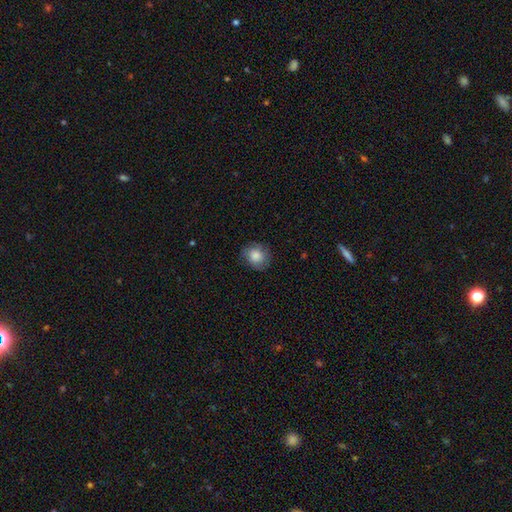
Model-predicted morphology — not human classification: This is likely a smooth galaxy (79%). How rounded: likely round (72%). Merging: likely none (77%).